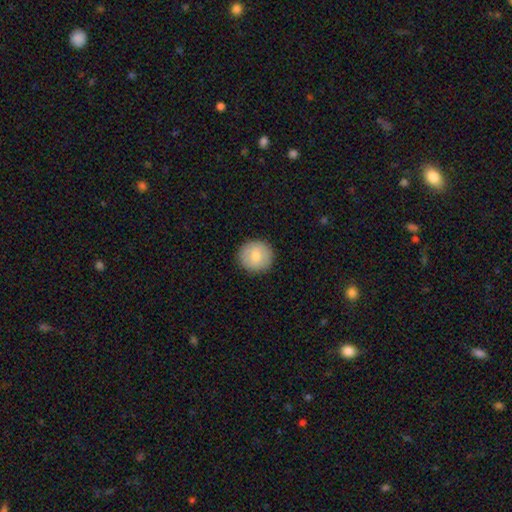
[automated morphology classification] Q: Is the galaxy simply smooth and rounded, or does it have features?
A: smooth — 77%.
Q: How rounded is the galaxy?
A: round — 93%.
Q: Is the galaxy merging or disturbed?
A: none — 91%.